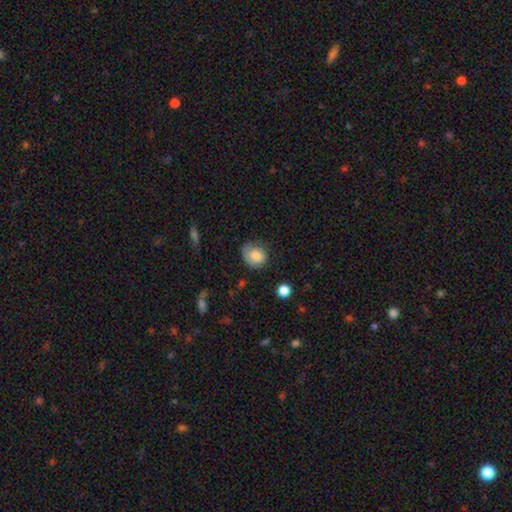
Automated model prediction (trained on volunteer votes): smooth 76%, featured or disk 16%, star or artifact 8%. Down the decision tree: how rounded — round (68%); merging — none (55%).